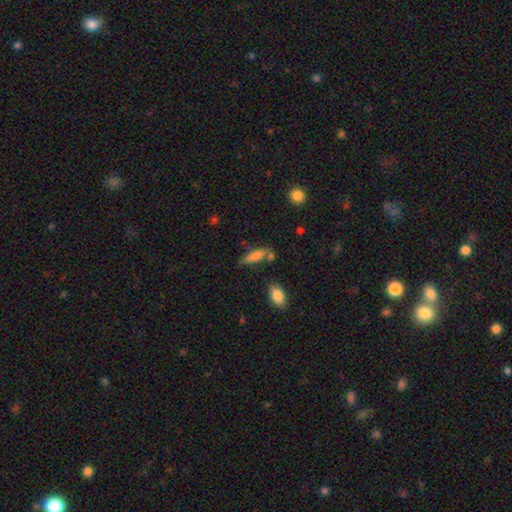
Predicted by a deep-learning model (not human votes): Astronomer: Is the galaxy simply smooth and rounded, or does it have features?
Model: smooth — 73%.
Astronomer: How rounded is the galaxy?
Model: cigar-shaped — 58% (runner-up: in between, 39%).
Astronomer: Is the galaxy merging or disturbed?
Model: none — 62%.